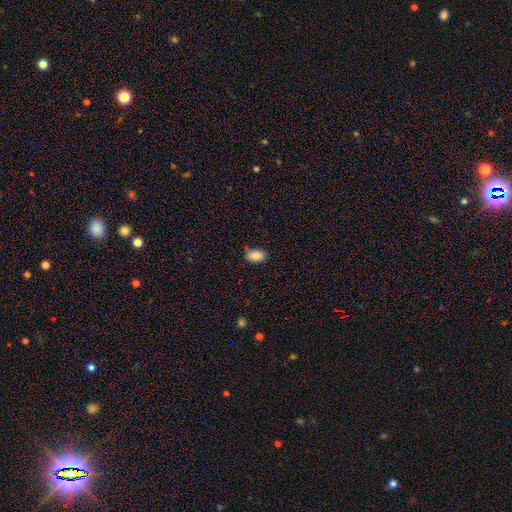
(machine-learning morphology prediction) Smooth or featured?
  - smooth: 87% *
  - star or artifact: 8%
  - featured or disk: 5%
How rounded?
  - in between: 88% *
  - round: 10%
  - cigar-shaped: 1%
Merging?
  - none: 72% *
  - minor disturbance: 21%
  - major disturbance: 4%
  - merger: 3%